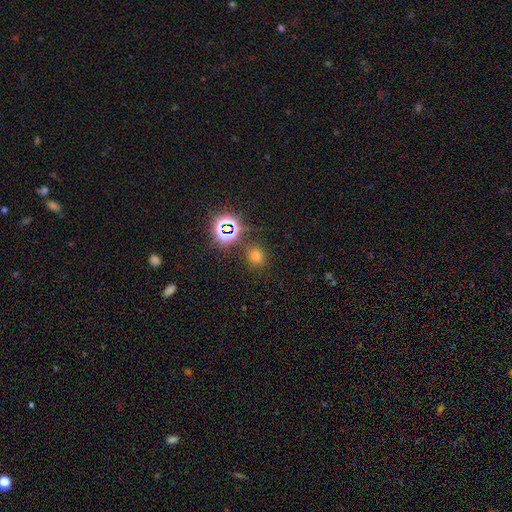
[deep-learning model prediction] smooth_or_featured: smooth (p=0.61) [alt: star or artifact p=0.31]
how_rounded: round (p=0.67) [alt: in between p=0.32]
merging: none (p=0.82) [alt: minor disturbance p=0.10]